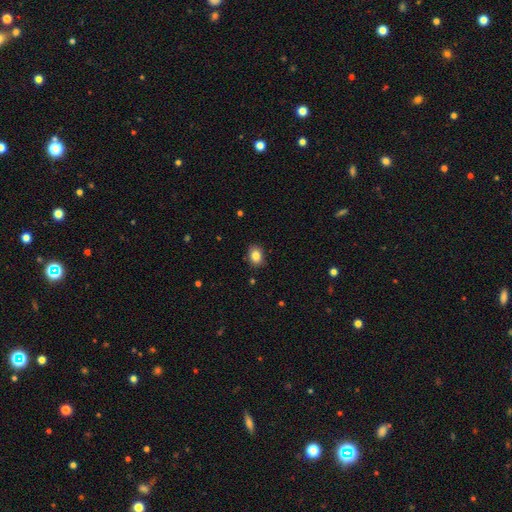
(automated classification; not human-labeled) smooth 84%, star or artifact 9%, featured or disk 6%. Down the decision tree: how rounded — in between (64%); merging — none (88%).